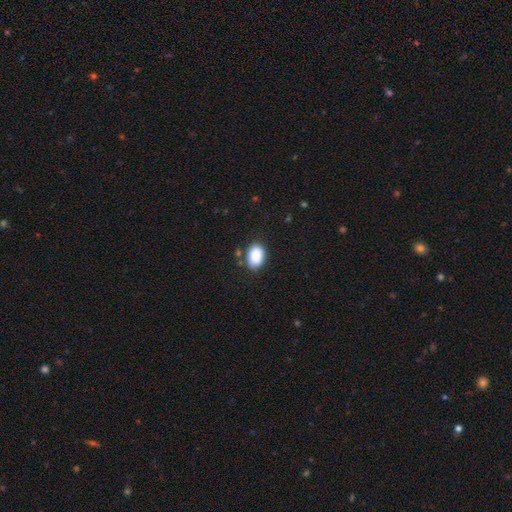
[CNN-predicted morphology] Smooth or featured: smooth — 88% (star or artifact — 7%)
How rounded: in between — 83% (round — 16%)
Merging: none — 78% (minor disturbance — 14%)